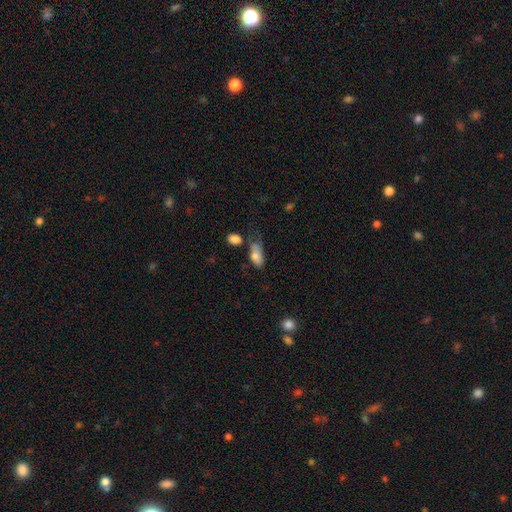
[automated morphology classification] smooth-or-featured: smooth: 77% | featured or disk: 16% | star or artifact: 7%
  how-rounded: in between: 89% | cigar-shaped: 8% | round: 4%
  merging: none: 38% | minor disturbance: 31% | major disturbance: 17% | merger: 13%